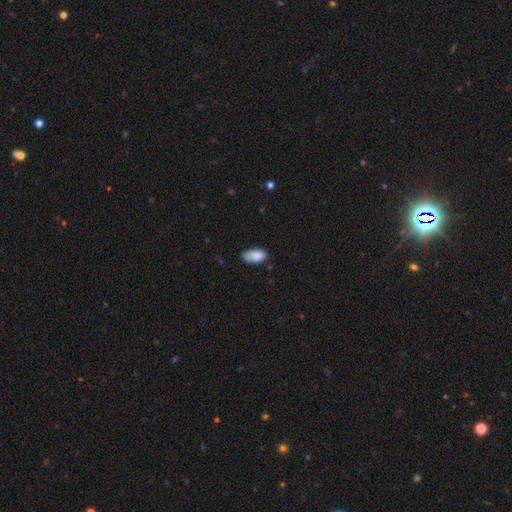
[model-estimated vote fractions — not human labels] smooth-or-featured: smooth: 88% | star or artifact: 7% | featured or disk: 5%
  how-rounded: in between: 93% | cigar-shaped: 5% | round: 3%
  merging: none: 69% | minor disturbance: 25% | major disturbance: 4% | merger: 2%